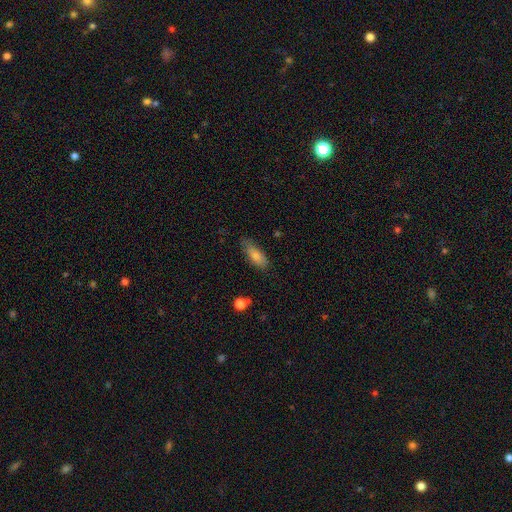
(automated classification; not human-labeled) This appears to be a smooth galaxy with no disk features (75%) that is in between round and cigar-shaped (62%). Merging: none (75%).